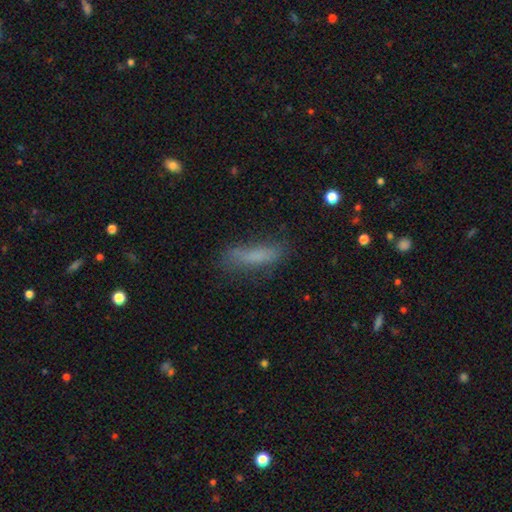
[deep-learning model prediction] smooth-or-featured: smooth: 72% | featured or disk: 17% | star or artifact: 11%
  how-rounded: cigar-shaped: 67% | in between: 31% | round: 2%
  merging: none: 63% | minor disturbance: 24% | major disturbance: 11% | merger: 2%